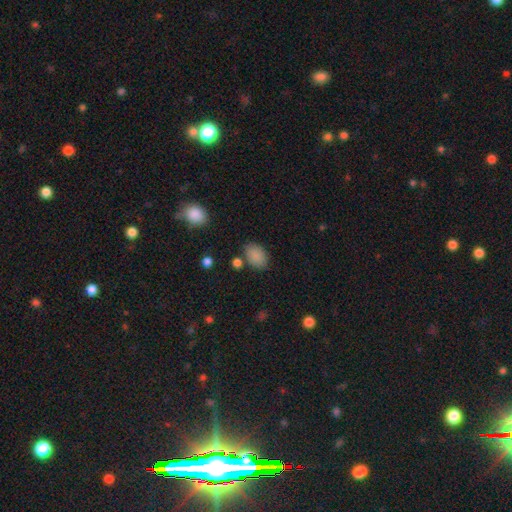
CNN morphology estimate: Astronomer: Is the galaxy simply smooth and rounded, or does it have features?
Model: smooth — 86%.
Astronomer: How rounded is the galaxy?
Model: in between — 86%.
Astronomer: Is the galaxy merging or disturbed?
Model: none — 77%.